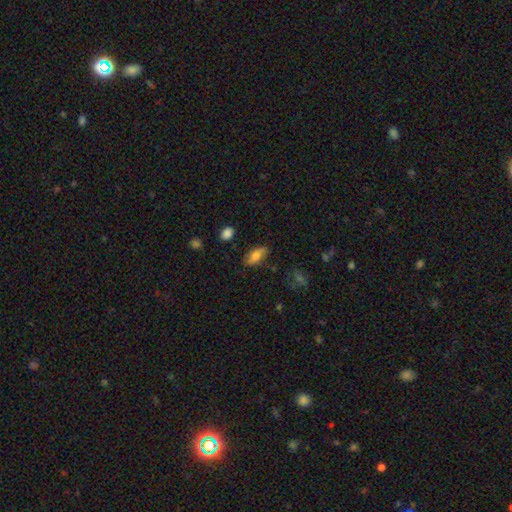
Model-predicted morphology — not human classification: A smooth galaxy with no disk features (72%) that is in between round and cigar-shaped (86%).

Vote fractions:
- Smooth or featured? smooth: 72% / featured or disk: 20% / star or artifact: 8%
- How rounded? in between: 86% / cigar-shaped: 10% / round: 4%
- Merging? none: 72% / minor disturbance: 21% / major disturbance: 5% / merger: 2%